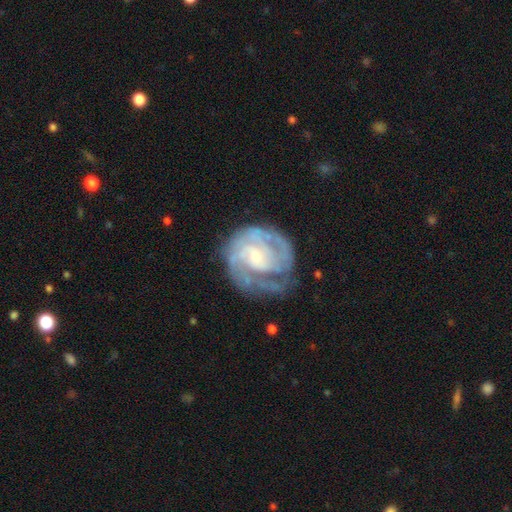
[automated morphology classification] Smooth or featured? featured or disk (85%)
Edge-on disk? no (98%)
Bar? no (49%)
Spiral arms? yes (94%)
Spiral winding? tight (58%)
Spiral arm count? can't tell (31%, tied with 2)
Bulge size? small (65%)
Merging? none (63%)